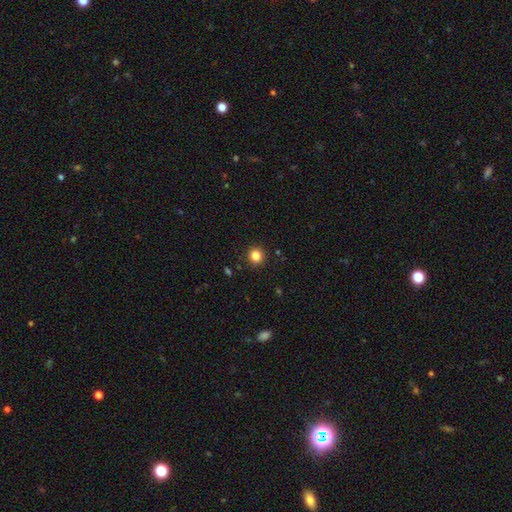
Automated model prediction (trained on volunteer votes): smooth 83%, star or artifact 12%, featured or disk 5%. Down the decision tree: how rounded — round (93%); merging — none (92%).